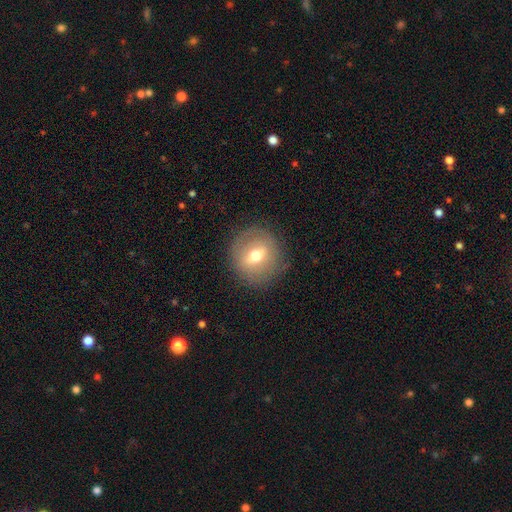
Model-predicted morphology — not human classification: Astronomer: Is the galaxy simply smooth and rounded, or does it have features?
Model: smooth — 51% (runner-up: featured or disk, 39%).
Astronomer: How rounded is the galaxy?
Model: round — 90%.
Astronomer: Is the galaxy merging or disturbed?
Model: none — 84%.